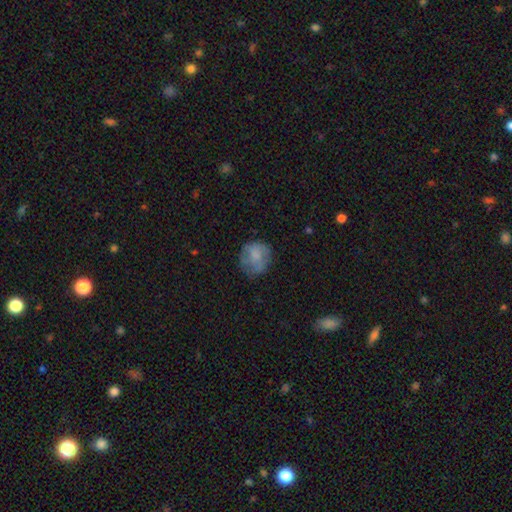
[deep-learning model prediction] Smooth or featured? smooth (66%)
How rounded? round (78%)
Merging? none (64%)